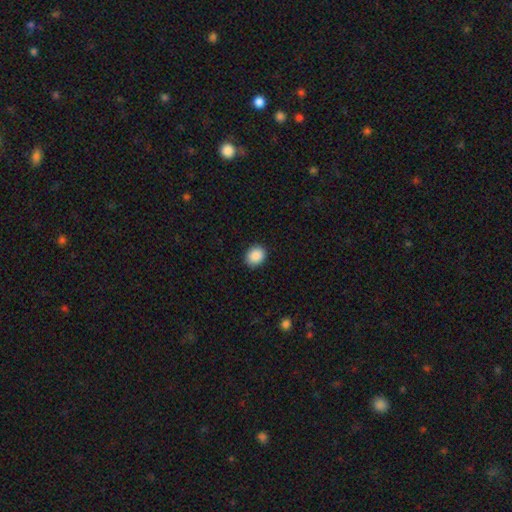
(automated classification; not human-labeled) Morphology: type=smooth (89%); roundness=round (62%); merging=none (89%).